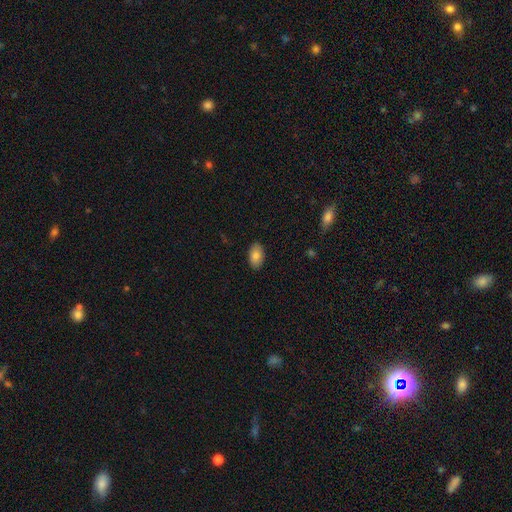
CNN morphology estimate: type=smooth (80%); roundness=in between (93%); merging=none (89%).